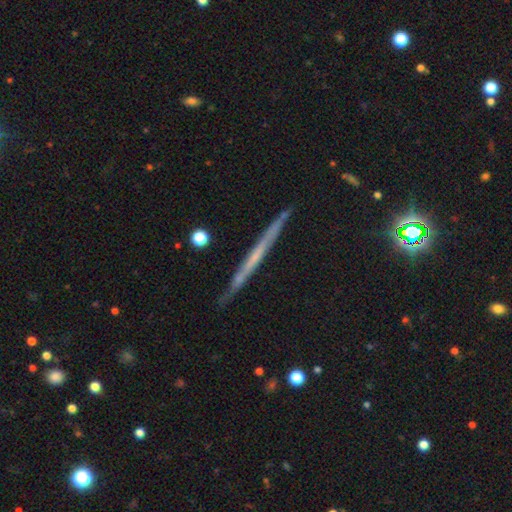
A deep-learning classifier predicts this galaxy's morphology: This appears to be a featured or disk galaxy (58%) viewed edge-on (97%) with no central bulge (90%). Merging: none (85%).